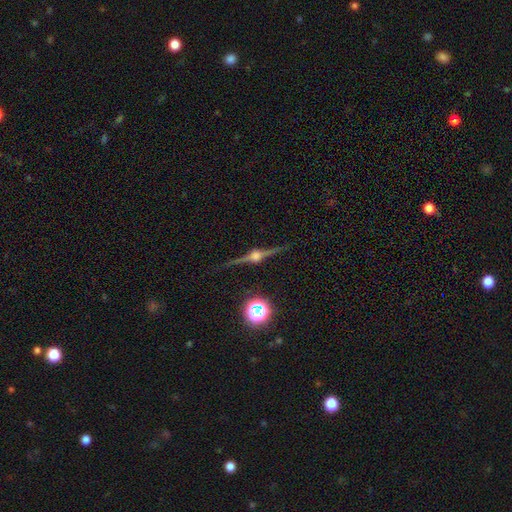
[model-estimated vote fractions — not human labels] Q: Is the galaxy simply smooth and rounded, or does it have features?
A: featured or disk — 85%.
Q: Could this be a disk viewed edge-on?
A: yes — 98%.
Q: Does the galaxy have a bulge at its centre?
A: rounded — 93%.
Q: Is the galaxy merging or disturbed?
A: none — 90%.